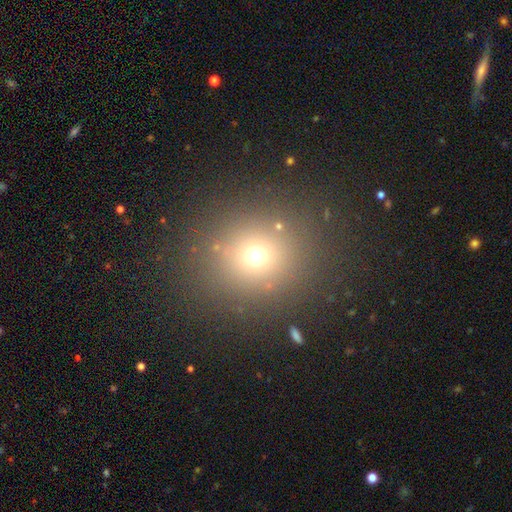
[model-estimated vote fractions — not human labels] smooth 66%, star or artifact 24%, featured or disk 10%. Down the decision tree: how rounded — round (85%); merging — none (85%).